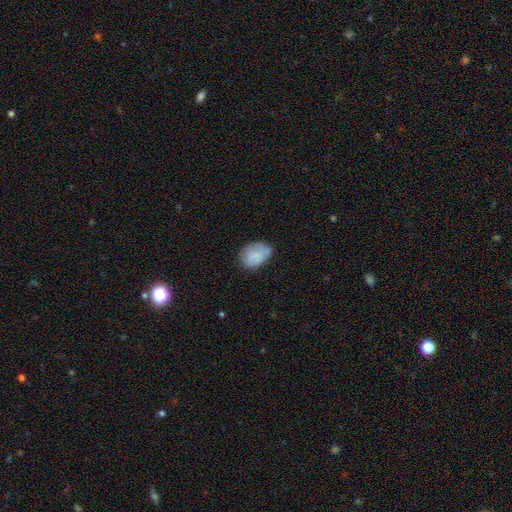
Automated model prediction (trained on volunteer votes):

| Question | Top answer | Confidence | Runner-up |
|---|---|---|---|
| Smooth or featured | smooth | 75% | featured or disk (16%) |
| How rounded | in between | 72% | round (26%) |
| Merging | none | 59% | minor disturbance (29%) |